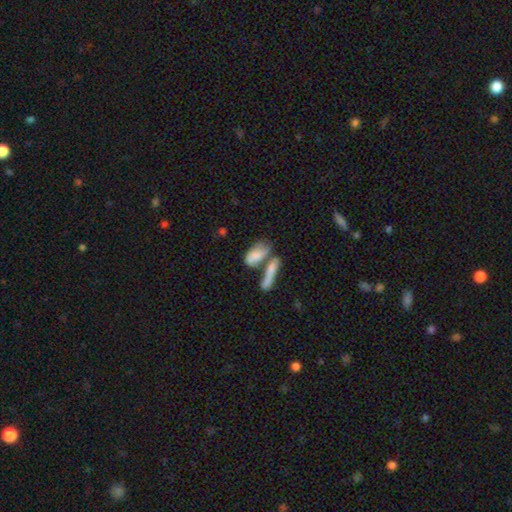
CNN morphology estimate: A smooth galaxy with no disk features (71%) that is in between round and cigar-shaped (76%). Merging: merger (53%).